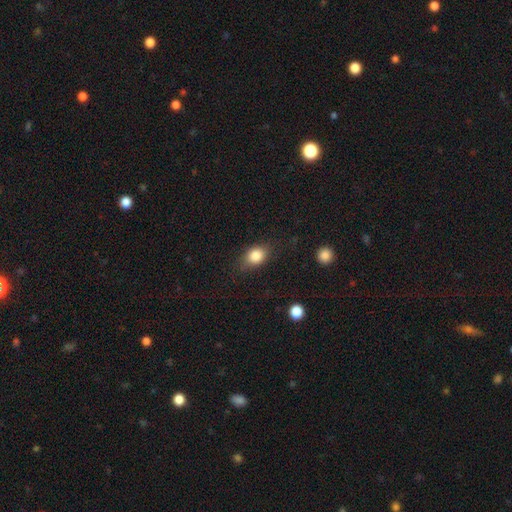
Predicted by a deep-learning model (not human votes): This is clearly a smooth galaxy (83%). How rounded: likely in between (66%). Merging: likely none (76%).